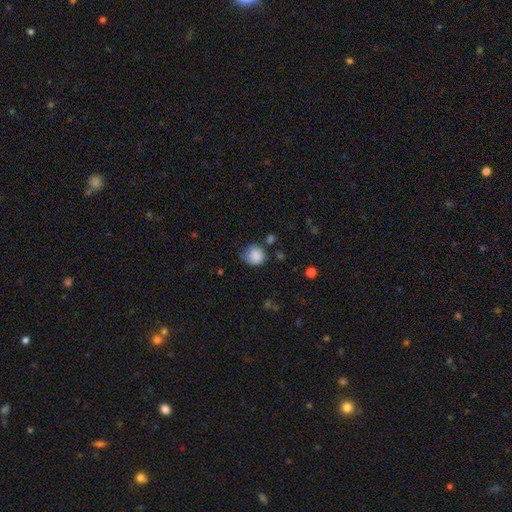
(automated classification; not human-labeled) This appears to be a smooth galaxy with no disk features (84%) that is round (78%). Merging: none (54%).